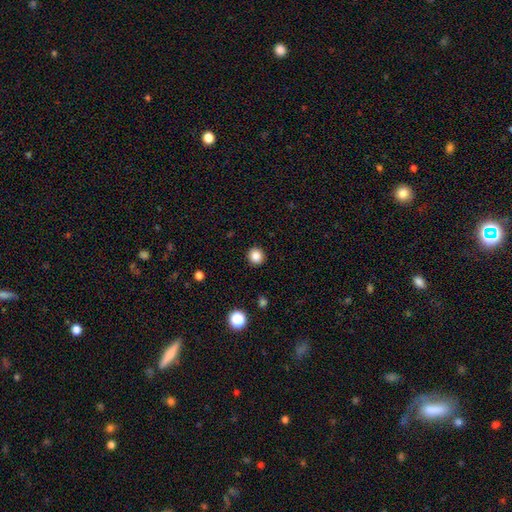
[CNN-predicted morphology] Smooth or featured?
  - smooth: 85% *
  - star or artifact: 11%
  - featured or disk: 3%
How rounded?
  - round: 92% *
  - in between: 7%
  - cigar-shaped: 1%
Merging?
  - none: 92% *
  - minor disturbance: 5%
  - major disturbance: 2%
  - merger: 1%